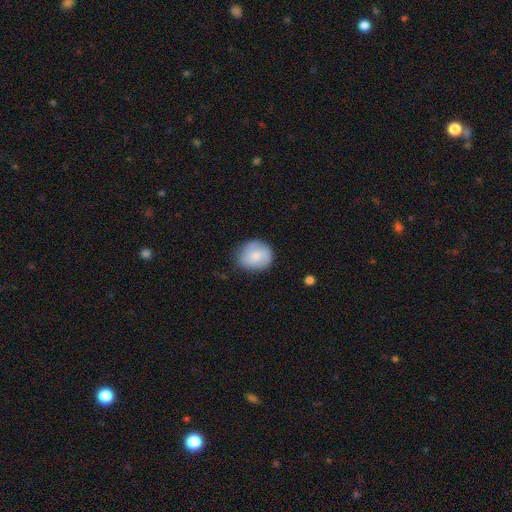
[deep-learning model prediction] Smooth or featured? Predicted: smooth (p=0.66). How rounded? Predicted: round (p=0.67). Merging? Predicted: none (p=0.73).